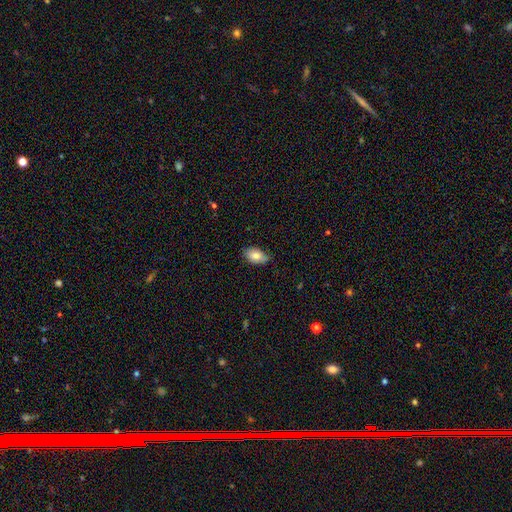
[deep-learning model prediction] This appears to be a smooth galaxy with no disk features (80%) that is in between round and cigar-shaped (90%). Merging: none (71%).